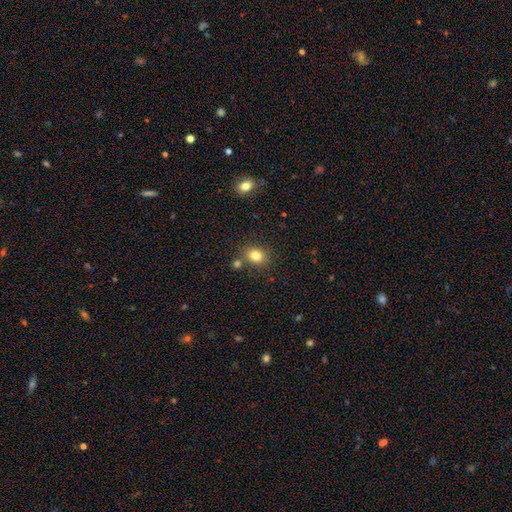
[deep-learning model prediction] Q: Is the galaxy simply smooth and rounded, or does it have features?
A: smooth — 82%.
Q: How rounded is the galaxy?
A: round — 53%.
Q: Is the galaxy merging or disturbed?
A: none — 73%.